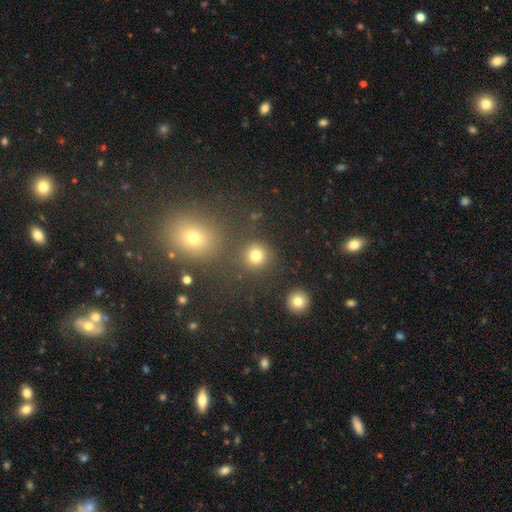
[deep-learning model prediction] smooth 79%, star or artifact 15%, featured or disk 6%. Down the decision tree: how rounded — round (89%); merging — none (79%).